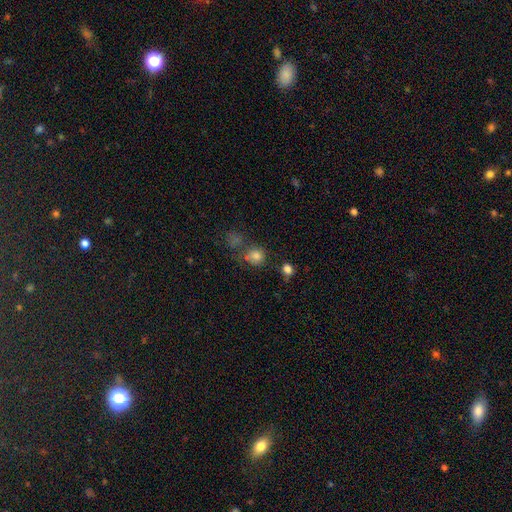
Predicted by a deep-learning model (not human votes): This is likely a smooth galaxy (75%). How rounded: clearly round (85%). Merging: likely none (63%).